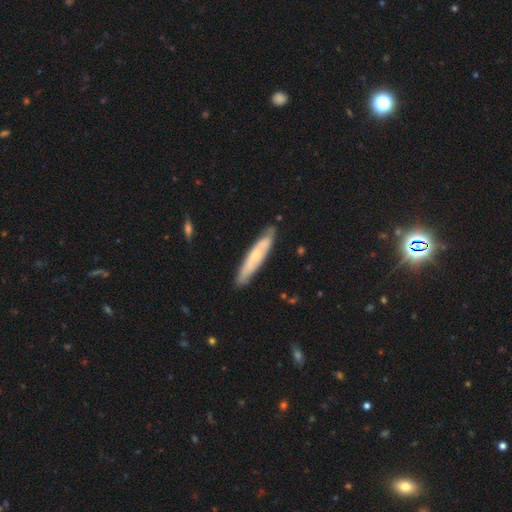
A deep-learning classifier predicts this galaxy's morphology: Smooth or featured? Predicted: featured or disk (p=0.49). Merging? Predicted: none (p=0.81).